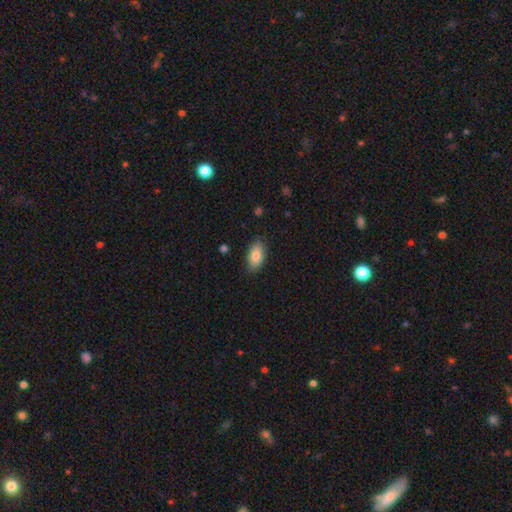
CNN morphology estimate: Q: Smooth or featured?
A: smooth (85%); runner-up: featured or disk (8%)
Q: How rounded?
A: in between (92%); runner-up: round (4%)
Q: Merging?
A: none (84%); runner-up: minor disturbance (13%)